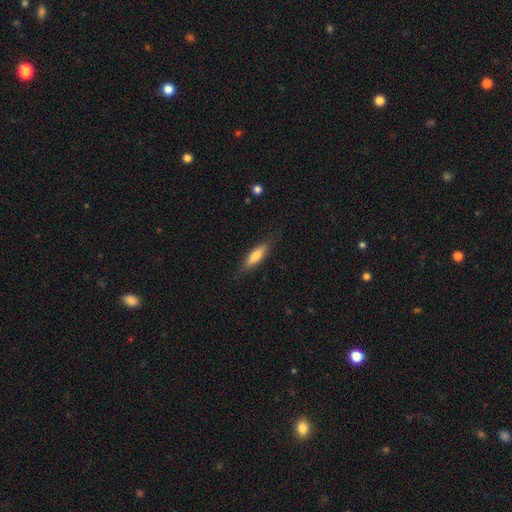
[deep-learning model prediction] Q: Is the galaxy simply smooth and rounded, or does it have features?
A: smooth — 70%.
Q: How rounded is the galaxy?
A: cigar-shaped — 59%.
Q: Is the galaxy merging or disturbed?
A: none — 81%.